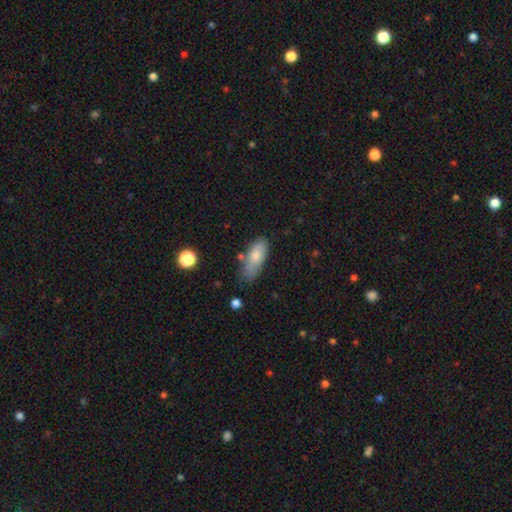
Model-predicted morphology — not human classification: Smooth or featured?
  - smooth: 78% *
  - featured or disk: 15%
  - star or artifact: 7%
How rounded?
  - in between: 79% *
  - cigar-shaped: 18%
  - round: 3%
Merging?
  - none: 55% *
  - minor disturbance: 31%
  - major disturbance: 8%
  - merger: 6%